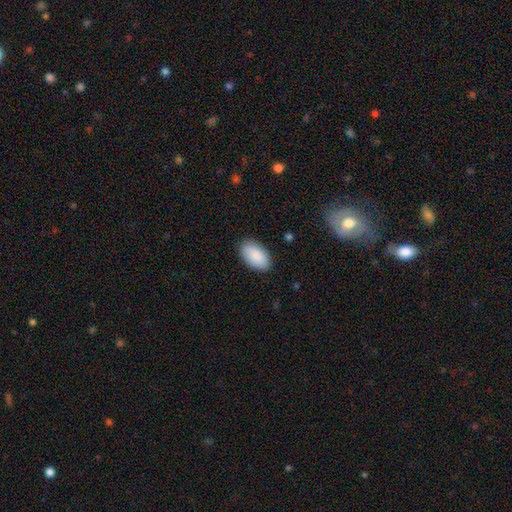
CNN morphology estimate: type=smooth (90%); roundness=in between (95%); merging=none (87%).